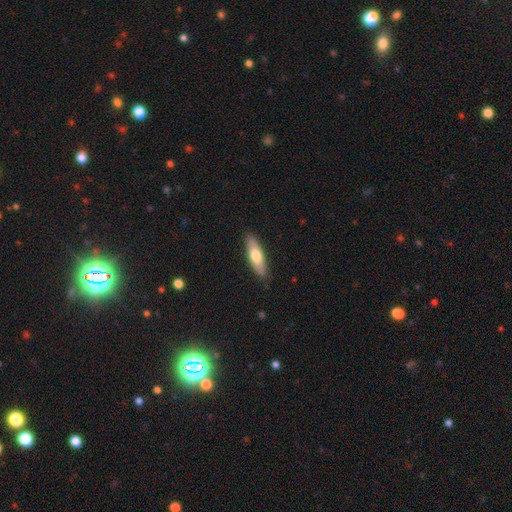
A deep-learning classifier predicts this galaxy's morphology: This is likely a smooth galaxy (66%). How rounded: possibly cigar-shaped (57%). Merging: clearly none (87%).